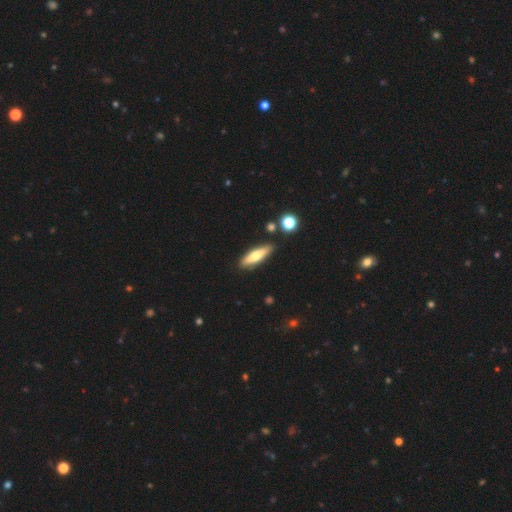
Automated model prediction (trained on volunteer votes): smooth-or-featured: smooth: 59% | featured or disk: 35% | star or artifact: 6%
  how-rounded: cigar-shaped: 64% | in between: 34% | round: 2%
  merging: none: 85% | minor disturbance: 9% | merger: 4% | major disturbance: 2%